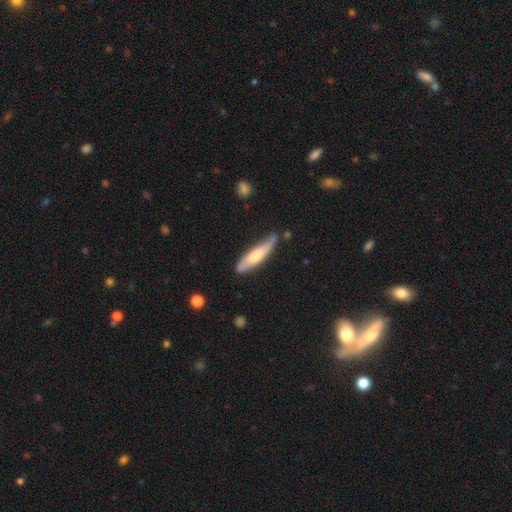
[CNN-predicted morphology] Smooth or featured: smooth — 60% (featured or disk — 35%)
How rounded: cigar-shaped — 77% (in between — 22%)
Merging: none — 66% (minor disturbance — 26%)